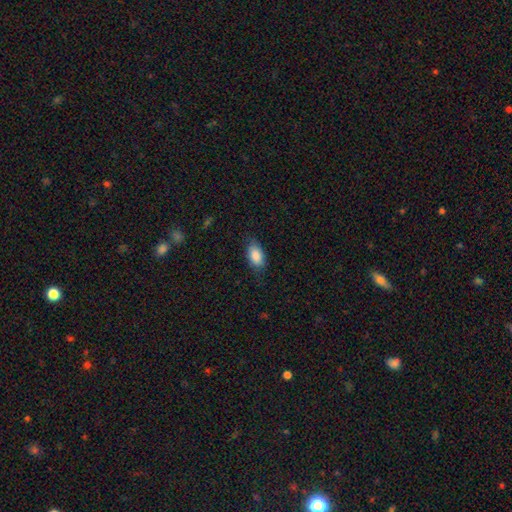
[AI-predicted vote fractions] A smooth galaxy with no disk features (87%) that is in between round and cigar-shaped (92%).

Vote fractions:
- Smooth or featured? smooth: 87% / star or artifact: 7% / featured or disk: 6%
- How rounded? in between: 92% / round: 6% / cigar-shaped: 3%
- Merging? none: 74% / minor disturbance: 21% / major disturbance: 5% / merger: 1%